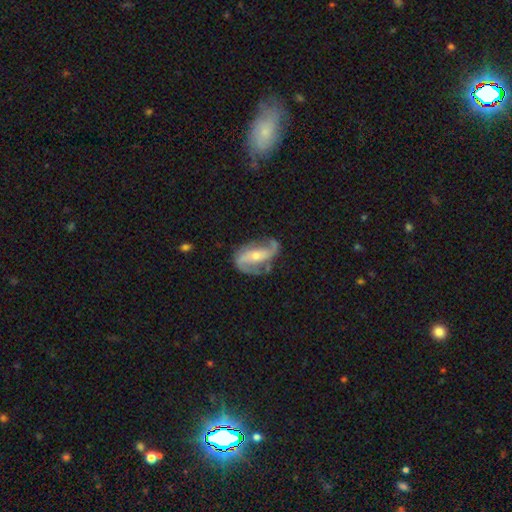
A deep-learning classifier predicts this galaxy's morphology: A featured or disk galaxy (86%) with a strong bar (39%), 2 (89%) loose (45%) spiral arms (95%) and a small central bulge (54%).

Vote fractions:
- Smooth or featured? featured or disk: 86% / smooth: 9% / star or artifact: 5%
- Edge-on disk? no: 96% / yes: 4%
- Bar? strong: 39% / no: 33% / weak: 28%
- Spiral arms? yes: 95% / no: 5%
- Spiral winding? loose: 45% / medium: 39% / tight: 15%
- Spiral arm count? 2: 89% / 1: 4% / can't tell: 4% / 3: 1% / 4: 1% / more than 4: 1%
- Bulge size? small: 54% / moderate: 41% / large: 2% / none: 1% / dominant: 1%
- Merging? none: 67% / minor disturbance: 20% / major disturbance: 11% / merger: 3%